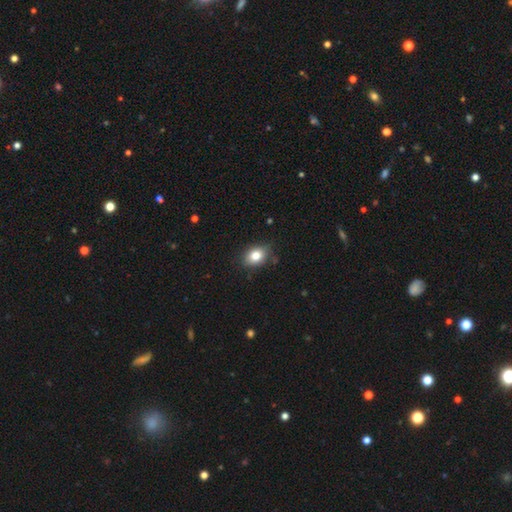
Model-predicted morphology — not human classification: This appears to be a smooth galaxy with no disk features (81%) that is in between round and cigar-shaped (72%). Merging: none (81%).